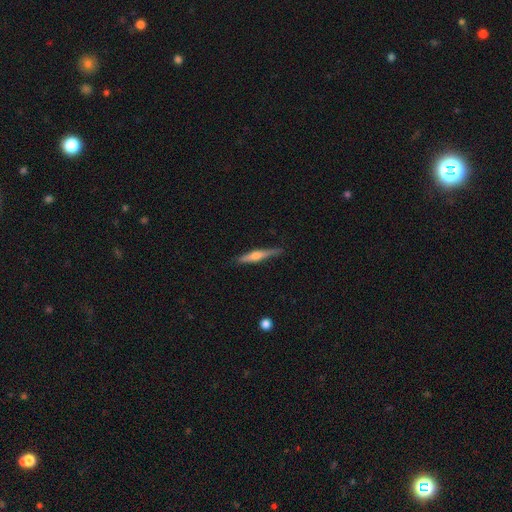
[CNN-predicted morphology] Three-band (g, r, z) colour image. It shows a featured or disk galaxy (57%) viewed edge-on (97%) with a rounded central bulge (84%). Merging: none (84%).